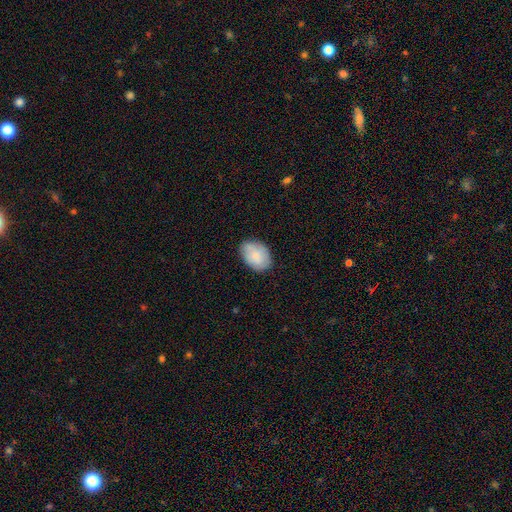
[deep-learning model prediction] Smooth or featured? smooth (80%)
How rounded? in between (87%)
Merging? none (80%)